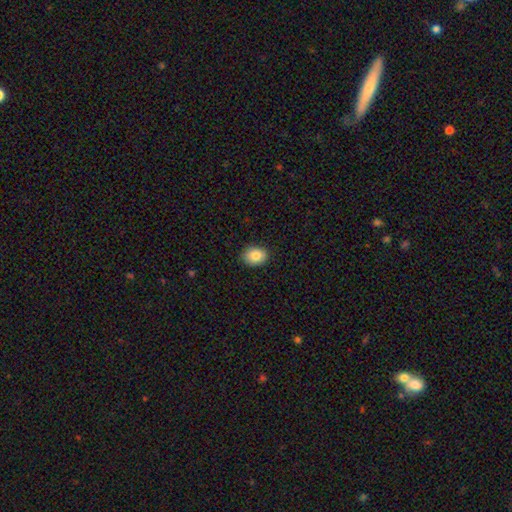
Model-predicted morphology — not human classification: type=smooth (84%); roundness=in between (59%); merging=none (87%).